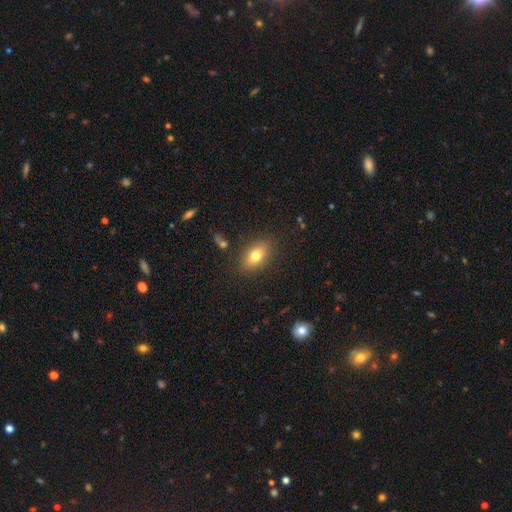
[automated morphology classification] This is likely a smooth galaxy (76%). How rounded: clearly in between (85%). Merging: clearly none (85%).